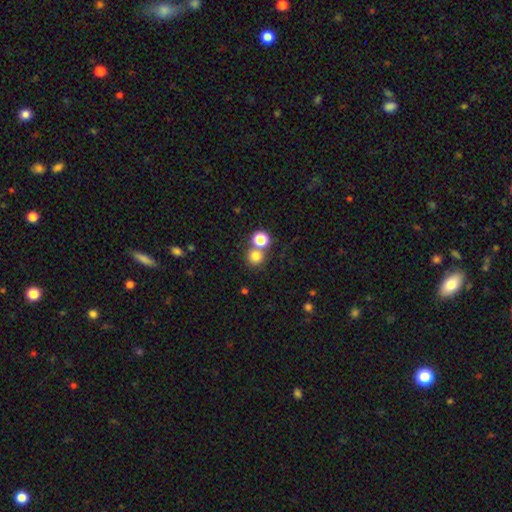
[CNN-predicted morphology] A smooth galaxy with no disk features (78%) that is round (89%). Merging: none (59%).